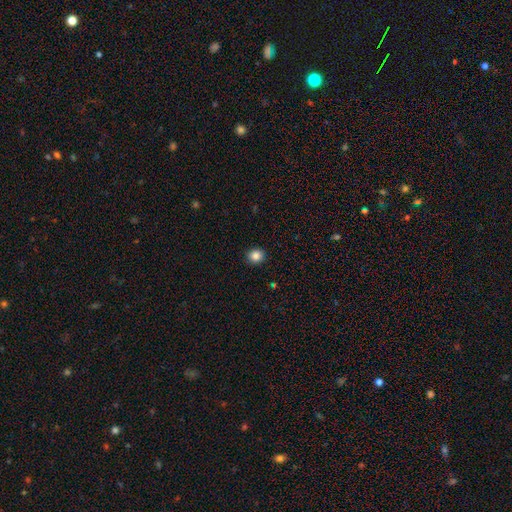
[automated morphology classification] Smooth or featured? Predicted: smooth (p=0.85). How rounded? Predicted: round (p=0.83). Merging? Predicted: none (p=0.92).